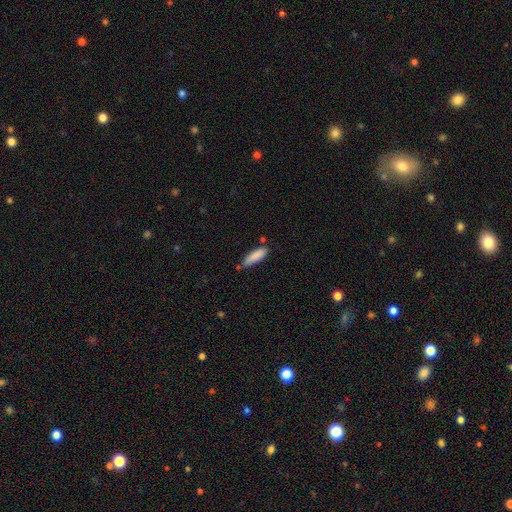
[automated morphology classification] Smooth or featured? Predicted: smooth (p=0.87). How rounded? Predicted: cigar-shaped (p=0.62). Merging? Predicted: none (p=0.71).